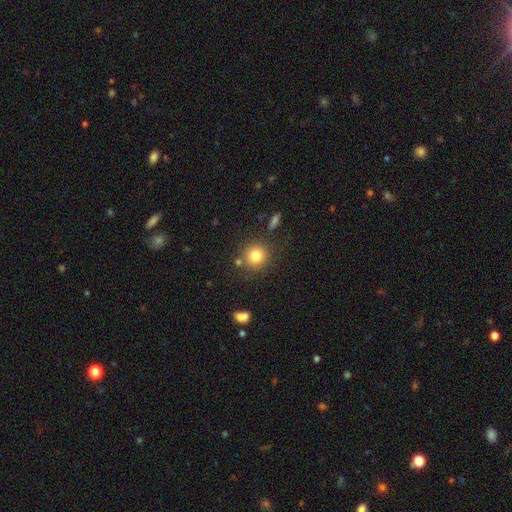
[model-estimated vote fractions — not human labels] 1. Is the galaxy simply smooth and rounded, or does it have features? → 81% smooth, 11% star or artifact, 8% featured or disk.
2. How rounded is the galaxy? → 91% round, 8% in between, 1% cigar-shaped.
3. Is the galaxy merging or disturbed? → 80% none, 9% minor disturbance, 7% merger, 3% major disturbance.